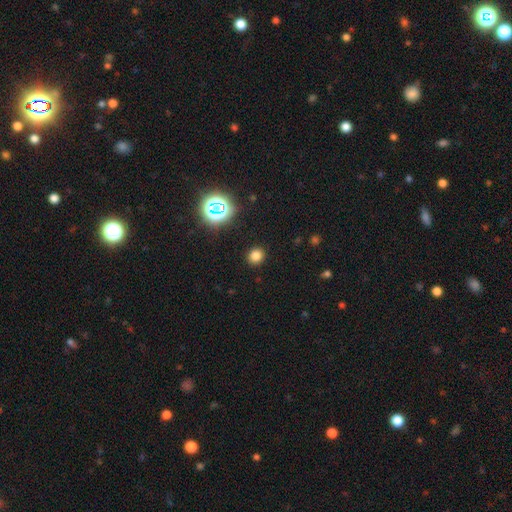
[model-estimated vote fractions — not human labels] A smooth galaxy with no disk features (77%) that is round (82%).

Vote fractions:
- Smooth or featured? smooth: 77% / star or artifact: 18% / featured or disk: 5%
- How rounded? round: 82% / in between: 17% / cigar-shaped: 1%
- Merging? none: 91% / minor disturbance: 6% / major disturbance: 2% / merger: 1%